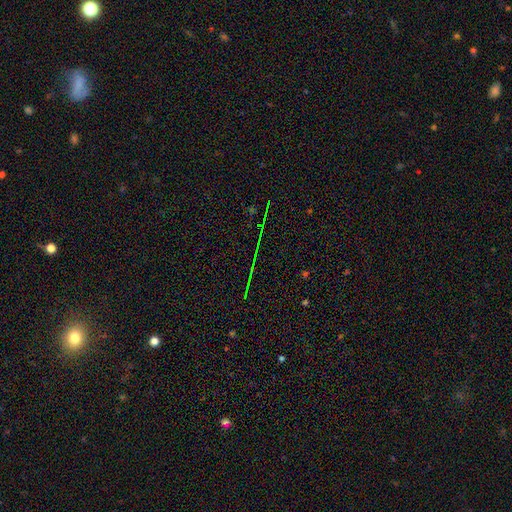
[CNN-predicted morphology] smooth_or_featured: star or artifact (p=0.78) [alt: smooth p=0.12]